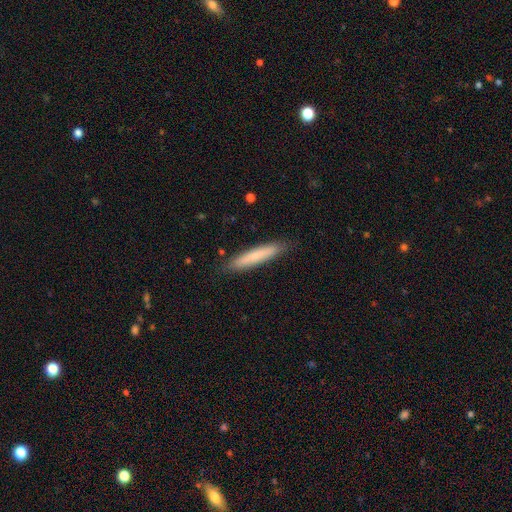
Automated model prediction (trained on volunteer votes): smooth-or-featured: smooth: 76% | featured or disk: 19% | star or artifact: 6%
  how-rounded: cigar-shaped: 93% | in between: 6% | round: 1%
  merging: none: 88% | minor disturbance: 9% | major disturbance: 2% | merger: 1%